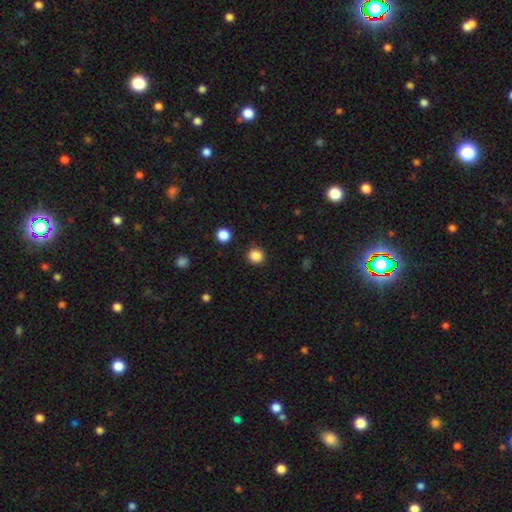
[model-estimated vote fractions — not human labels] This appears to be a smooth galaxy with no disk features (86%) that is round (91%). Merging: none (90%).